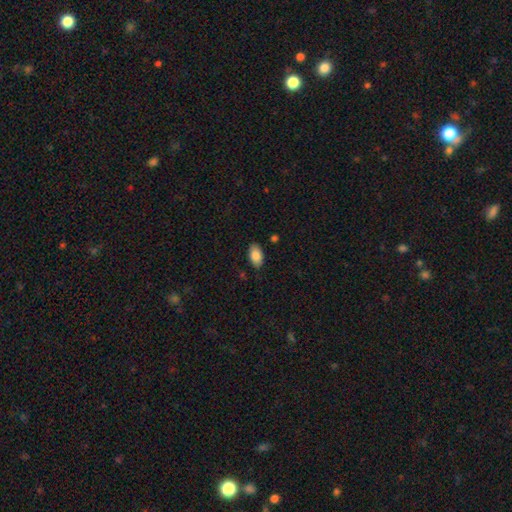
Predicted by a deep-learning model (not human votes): smooth-or-featured: smooth: 85% | featured or disk: 8% | star or artifact: 7%
  how-rounded: in between: 94% | round: 5% | cigar-shaped: 2%
  merging: none: 85% | minor disturbance: 11% | major disturbance: 2% | merger: 2%